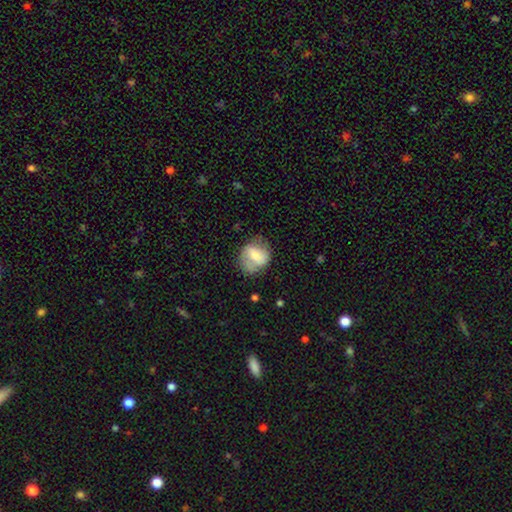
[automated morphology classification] smooth 56%, featured or disk 37%, star or artifact 7%. Down the decision tree: how rounded — round (55%); merging — none (56%).